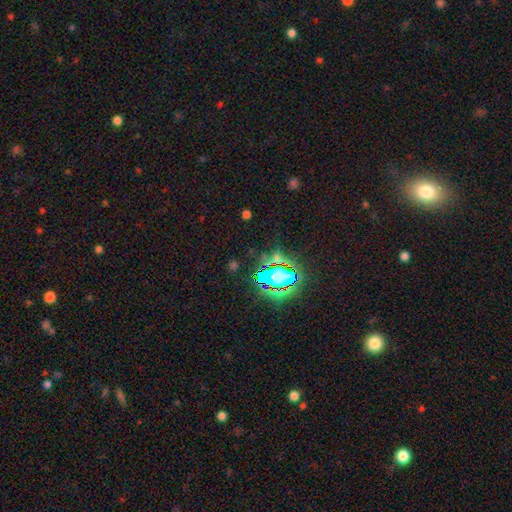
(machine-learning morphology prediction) star or artifact 75%, smooth 16%, featured or disk 9%.